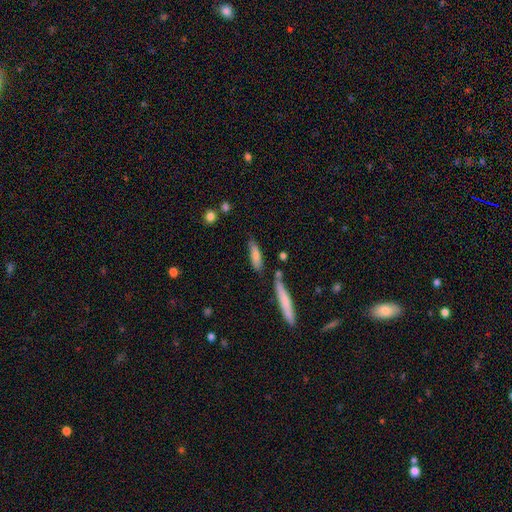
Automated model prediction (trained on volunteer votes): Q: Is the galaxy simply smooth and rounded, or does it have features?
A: smooth — 75%.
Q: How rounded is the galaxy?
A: cigar-shaped — 61%.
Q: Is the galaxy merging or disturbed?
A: none — 66%.